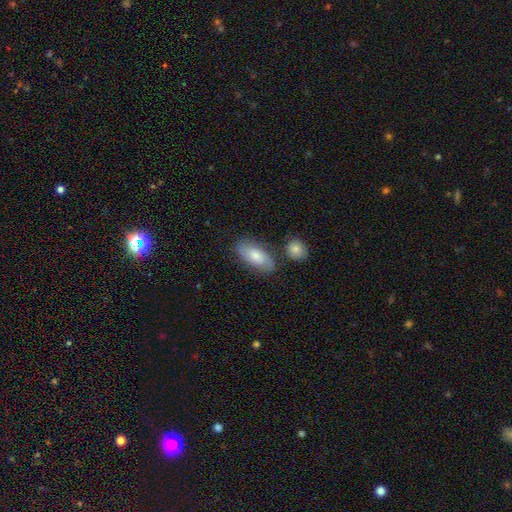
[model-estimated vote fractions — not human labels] The model was most divided on "smooth or featured": smooth: 67%, featured or disk: 26%, star or artifact: 7%. More confident: how rounded — in between (87%); merging — none (73%).